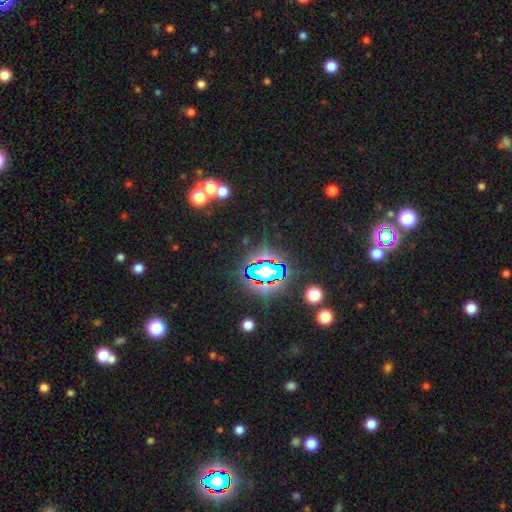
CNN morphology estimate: A star or artifact, not a galaxy (78%).

Vote fractions:
- Smooth or featured? star or artifact: 78% / smooth: 13% / featured or disk: 9%